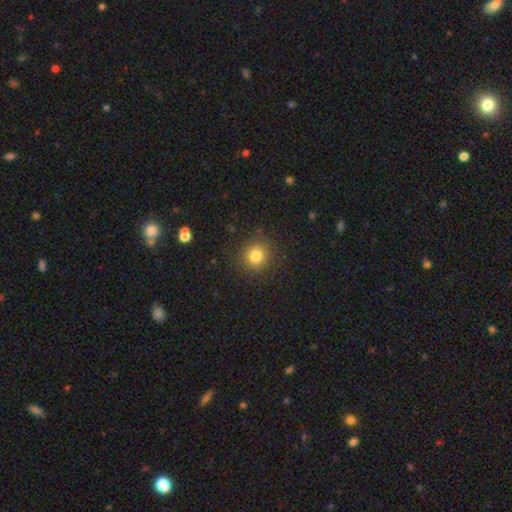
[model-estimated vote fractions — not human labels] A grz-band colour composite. It shows a smooth galaxy with no disk features (80%) that is round (90%). Merging: none (87%).